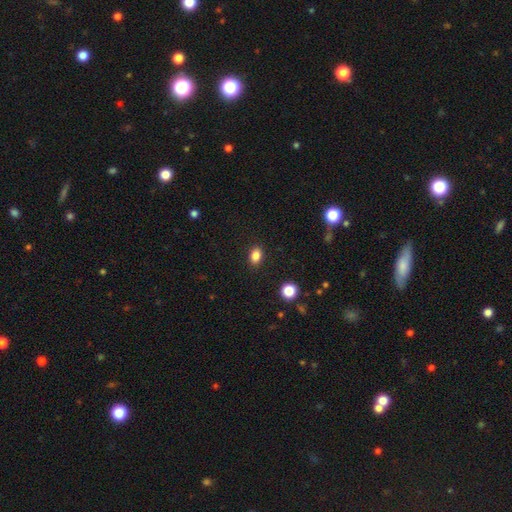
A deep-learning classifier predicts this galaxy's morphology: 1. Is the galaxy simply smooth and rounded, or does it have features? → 84% smooth, 11% star or artifact, 5% featured or disk.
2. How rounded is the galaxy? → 74% in between, 24% round, 1% cigar-shaped.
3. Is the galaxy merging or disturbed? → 89% none, 8% minor disturbance, 2% major disturbance, 1% merger.